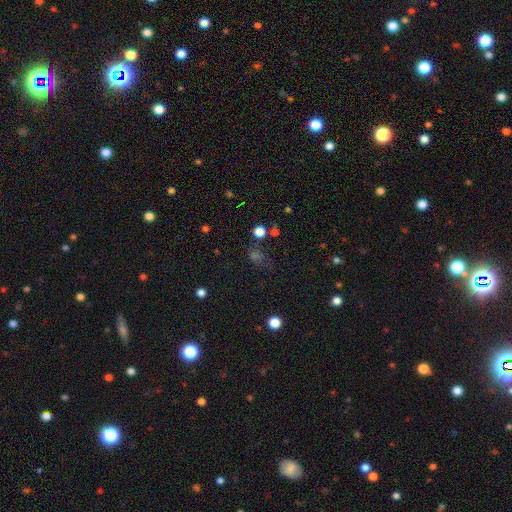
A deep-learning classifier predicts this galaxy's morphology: smooth-or-featured: star or artifact: 45% | smooth: 44% | featured or disk: 11%